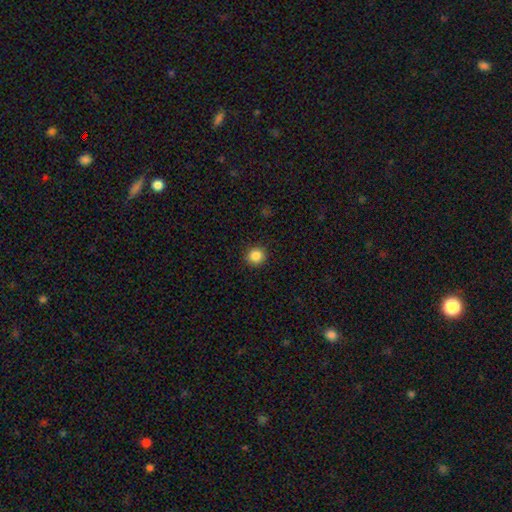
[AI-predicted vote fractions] Smooth or featured? smooth (87%)
How rounded? round (93%)
Merging? none (92%)